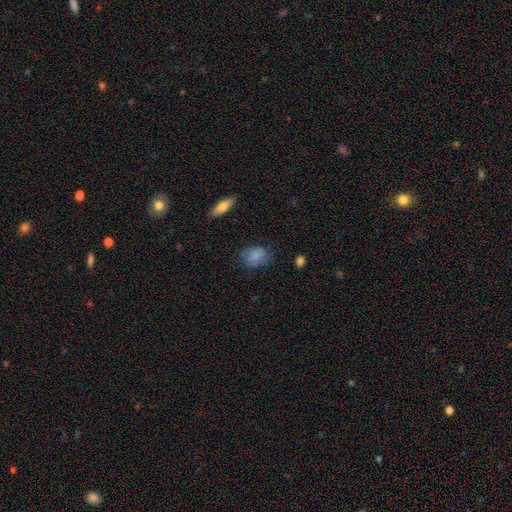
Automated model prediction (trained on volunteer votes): Q: Smooth or featured?
A: smooth (76%); runner-up: featured or disk (16%)
Q: How rounded?
A: in between (71%); runner-up: round (28%)
Q: Merging?
A: none (67%); runner-up: minor disturbance (23%)